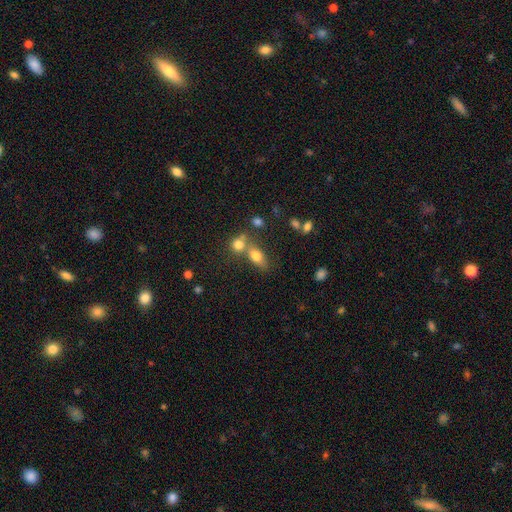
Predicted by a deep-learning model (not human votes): This is likely a smooth galaxy (76%). How rounded: likely in between (74%). Merging: marginally none (44%).